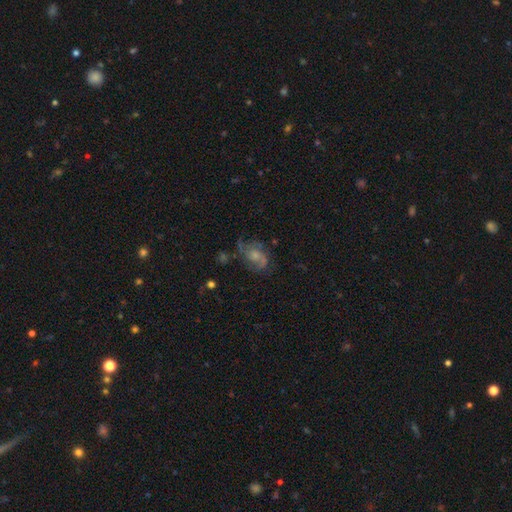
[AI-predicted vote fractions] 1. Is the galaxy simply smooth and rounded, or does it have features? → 69% featured or disk, 20% smooth, 10% star or artifact.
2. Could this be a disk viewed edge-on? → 97% no, 3% yes.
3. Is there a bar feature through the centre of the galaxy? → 70% no, 27% weak, 4% strong.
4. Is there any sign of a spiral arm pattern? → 89% yes, 11% no.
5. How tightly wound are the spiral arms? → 49% medium, 29% loose, 22% tight.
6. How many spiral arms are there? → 61% 2, 16% can't tell, 10% 3, 8% 1, 3% 4, 3% more than 4.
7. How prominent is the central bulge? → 42% moderate, 37% small, 11% none, 9% large, 2% dominant.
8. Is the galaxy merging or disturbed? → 60% none, 21% minor disturbance, 16% major disturbance, 3% merger.